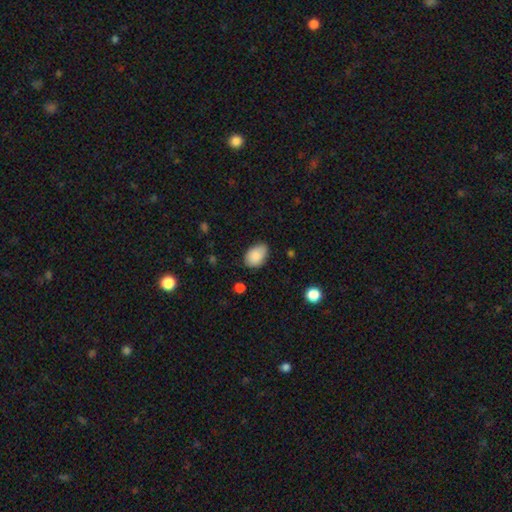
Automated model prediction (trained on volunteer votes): This appears to be a smooth galaxy with no disk features (88%) that is in between round and cigar-shaped (82%). Merging: none (75%).